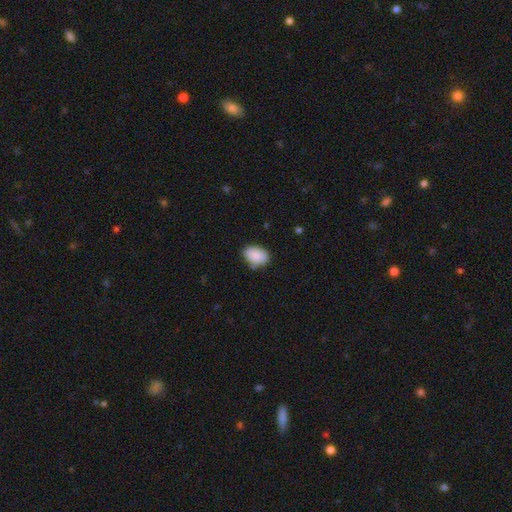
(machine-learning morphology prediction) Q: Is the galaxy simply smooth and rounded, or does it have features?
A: smooth — 88%.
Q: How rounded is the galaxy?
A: in between — 87%.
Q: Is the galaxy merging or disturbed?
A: none — 74%.